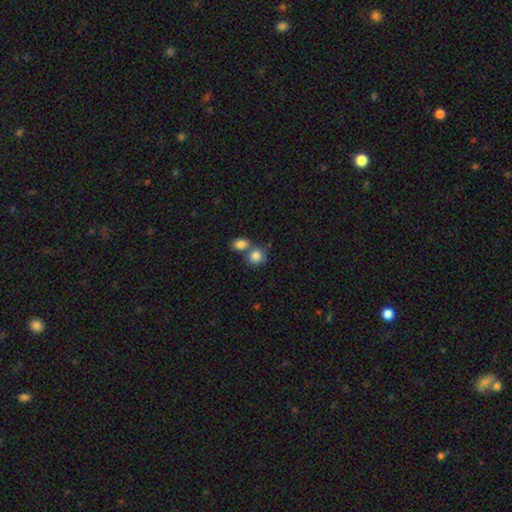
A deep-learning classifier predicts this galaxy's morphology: smooth_or_featured: smooth (p=0.84) [alt: star or artifact p=0.09]
how_rounded: round (p=0.74) [alt: in between p=0.25]
merging: merger (p=0.45) [alt: none p=0.43]